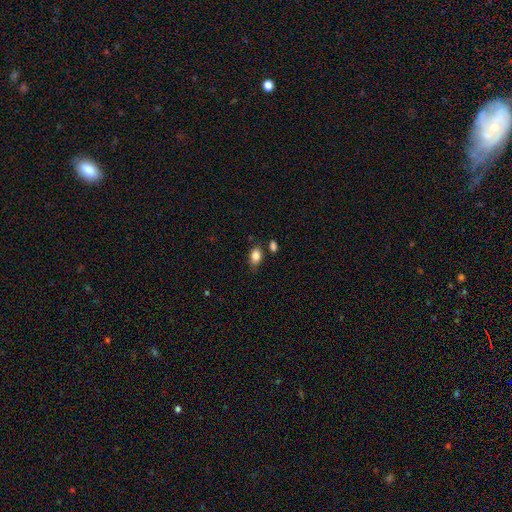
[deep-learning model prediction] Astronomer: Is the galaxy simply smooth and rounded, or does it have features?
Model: smooth — 84%.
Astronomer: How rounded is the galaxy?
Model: in between — 84%.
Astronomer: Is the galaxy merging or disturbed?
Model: none — 71%.